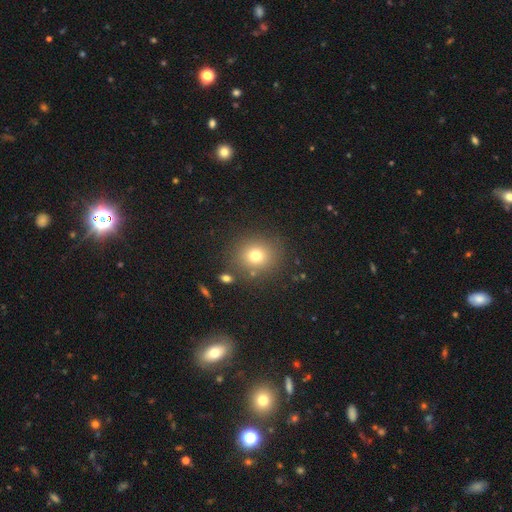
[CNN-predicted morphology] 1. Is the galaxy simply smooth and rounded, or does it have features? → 74% smooth, 15% star or artifact, 10% featured or disk.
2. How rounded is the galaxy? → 83% round, 16% in between, 1% cigar-shaped.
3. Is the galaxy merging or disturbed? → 84% none, 8% minor disturbance, 4% merger, 4% major disturbance.